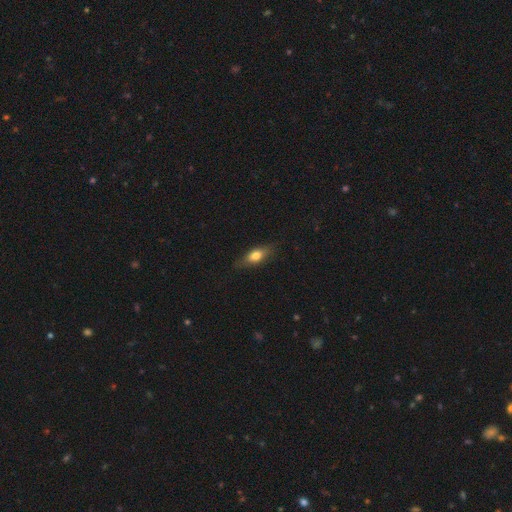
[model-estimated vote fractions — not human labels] Morphology: type=smooth (70%); roundness=in between (70%); merging=none (81%).